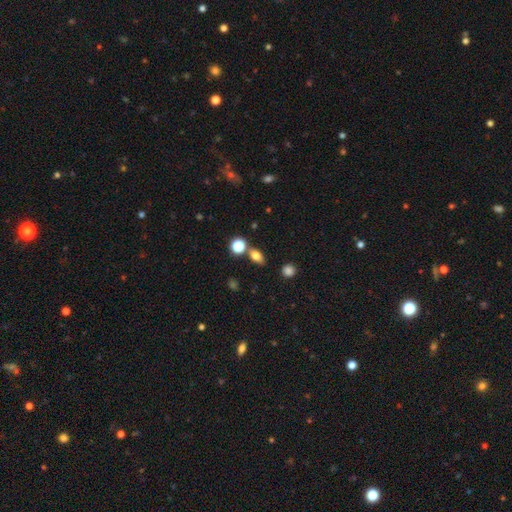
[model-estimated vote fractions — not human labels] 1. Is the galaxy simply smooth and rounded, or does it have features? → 75% smooth, 14% star or artifact, 11% featured or disk.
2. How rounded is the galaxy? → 72% in between, 23% round, 5% cigar-shaped.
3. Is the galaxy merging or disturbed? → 72% none, 13% merger, 11% minor disturbance, 4% major disturbance.